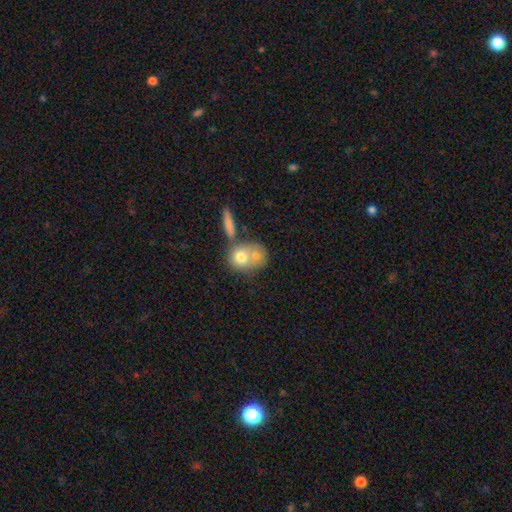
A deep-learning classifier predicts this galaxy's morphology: smooth_or_featured: smooth (p=0.69) [alt: featured or disk p=0.22]
how_rounded: round (p=0.63) [alt: in between p=0.35]
merging: merger (p=0.60) [alt: none p=0.28]